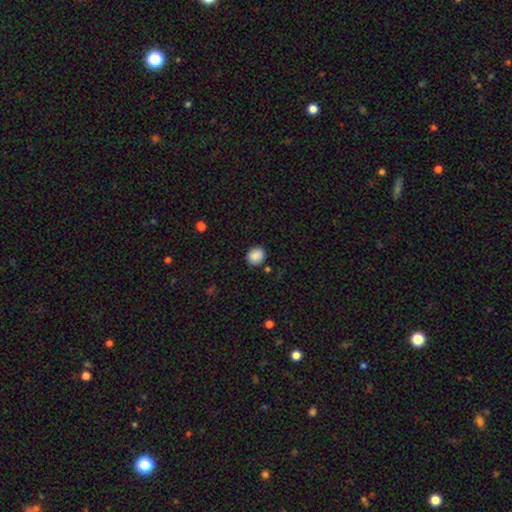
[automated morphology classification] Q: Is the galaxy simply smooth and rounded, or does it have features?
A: smooth — 88%.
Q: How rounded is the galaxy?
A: round — 72%.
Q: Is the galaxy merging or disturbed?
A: none — 87%.